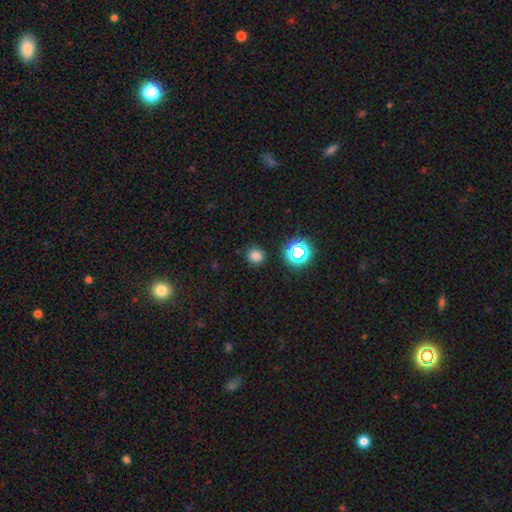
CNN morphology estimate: Smooth or featured? Predicted: smooth (p=0.76). How rounded? Predicted: round (p=0.92). Merging? Predicted: none (p=0.88).